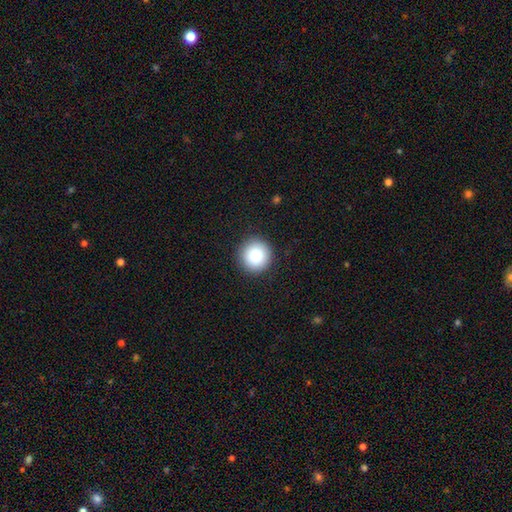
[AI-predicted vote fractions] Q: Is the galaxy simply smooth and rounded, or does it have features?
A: smooth — 84%.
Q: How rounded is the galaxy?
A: round — 95%.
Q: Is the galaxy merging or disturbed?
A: none — 91%.